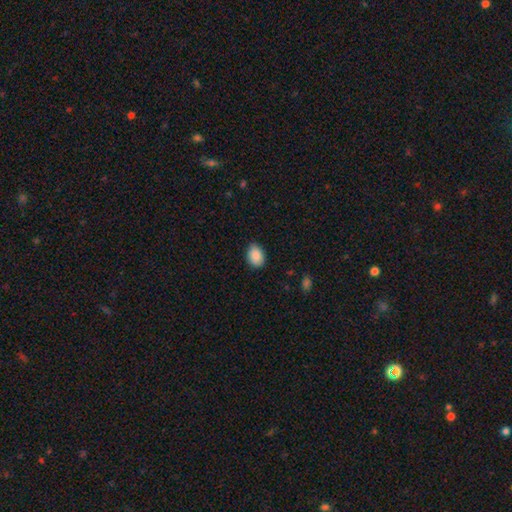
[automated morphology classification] smooth-or-featured: smooth: 89% | star or artifact: 7% | featured or disk: 4%
  how-rounded: in between: 77% | round: 22% | cigar-shaped: 1%
  merging: none: 82% | minor disturbance: 14% | major disturbance: 2% | merger: 1%